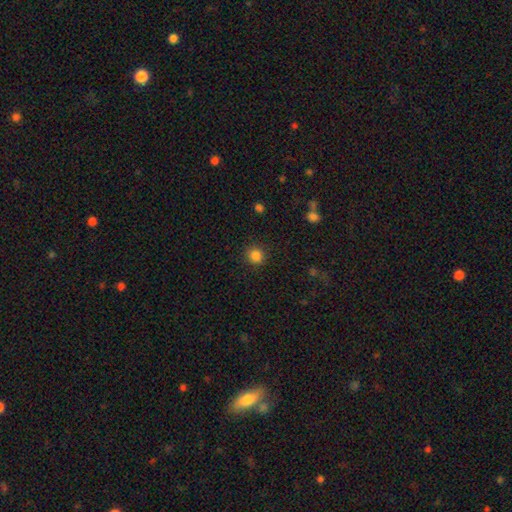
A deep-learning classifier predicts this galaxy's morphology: Smooth or featured? smooth (85%)
How rounded? round (91%)
Merging? none (90%)